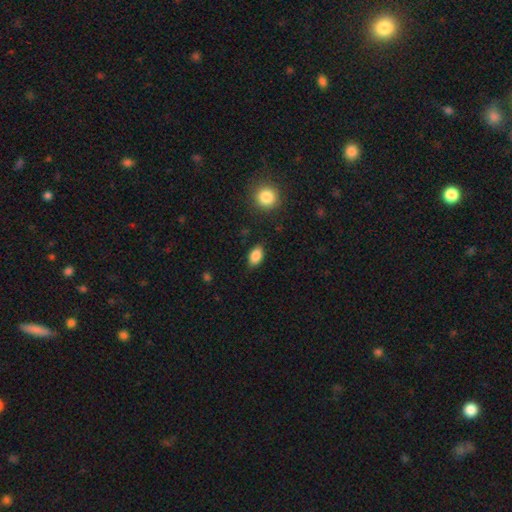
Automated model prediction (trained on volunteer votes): smooth-or-featured: smooth: 87% | star or artifact: 8% | featured or disk: 6%
  how-rounded: in between: 89% | round: 8% | cigar-shaped: 2%
  merging: none: 82% | minor disturbance: 13% | major disturbance: 3% | merger: 1%